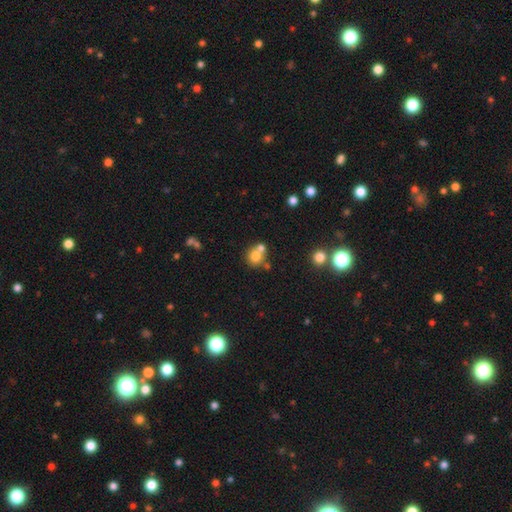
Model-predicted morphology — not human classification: smooth_or_featured: smooth (p=0.74) [alt: featured or disk p=0.13]
how_rounded: round (p=0.83) [alt: in between p=0.16]
merging: none (p=0.46) [alt: merger p=0.43]